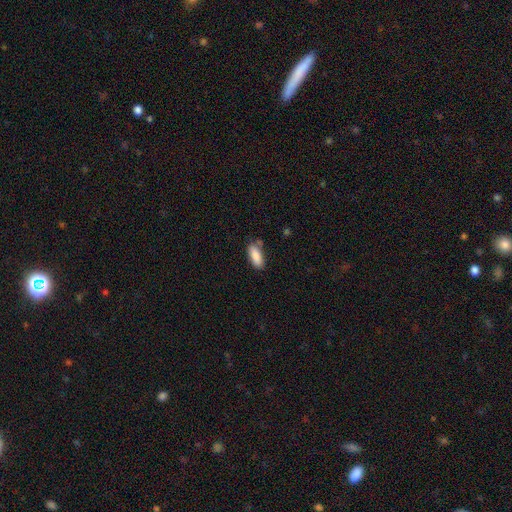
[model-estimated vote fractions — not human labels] A smooth galaxy with no disk features (87%) that is in between round and cigar-shaped (78%). Merging: none (72%).